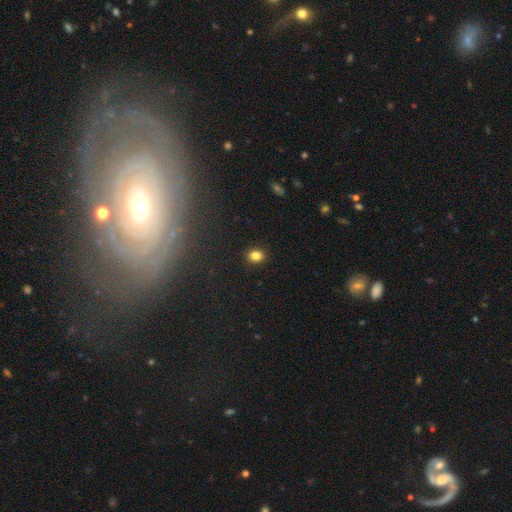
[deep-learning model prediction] This is clearly a smooth galaxy (83%). How rounded: possibly in between (50%). Merging: clearly none (89%).